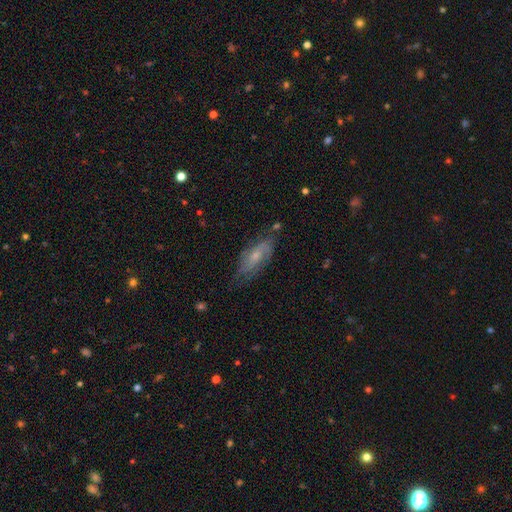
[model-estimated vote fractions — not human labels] A featured or disk galaxy (63%) with no bar (61%), spiral arms (85%) and a small central bulge (54%).

Vote fractions:
- Smooth or featured? featured or disk: 63% / smooth: 30% / star or artifact: 8%
- Edge-on disk? no: 86% / yes: 14%
- Bar? no: 61% / weak: 33% / strong: 6%
- Spiral arms? yes: 85% / no: 15%
- Bulge size? small: 54% / moderate: 38% / none: 5% / large: 2% / dominant: 1%
- Merging? none: 69% / minor disturbance: 22% / major disturbance: 7% / merger: 2%